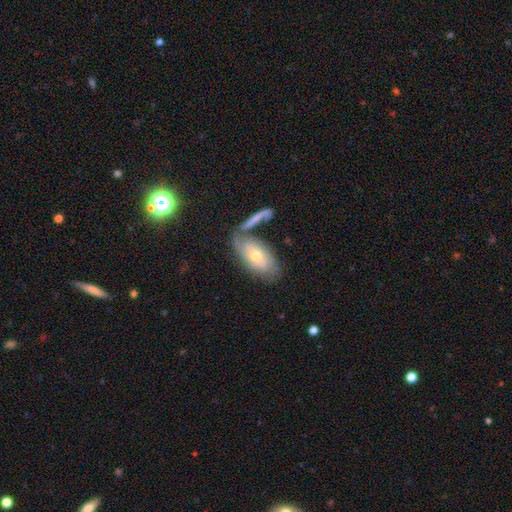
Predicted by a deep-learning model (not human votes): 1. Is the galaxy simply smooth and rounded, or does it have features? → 47% smooth, 46% featured or disk, 7% star or artifact.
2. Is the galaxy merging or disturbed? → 48% none, 24% merger, 18% minor disturbance, 9% major disturbance.